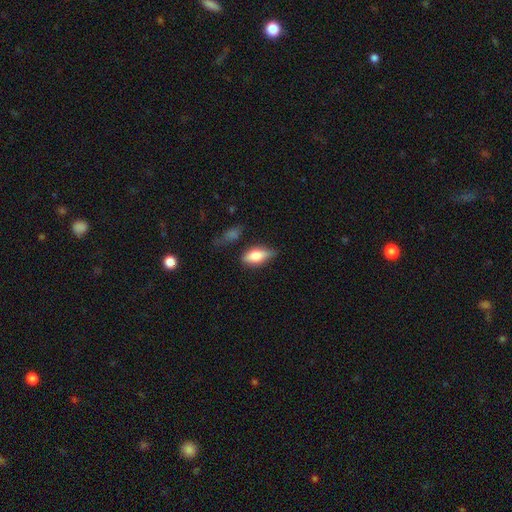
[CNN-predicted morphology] smooth 68%, featured or disk 24%, star or artifact 7%. Down the decision tree: how rounded — in between (79%); merging — none (63%).